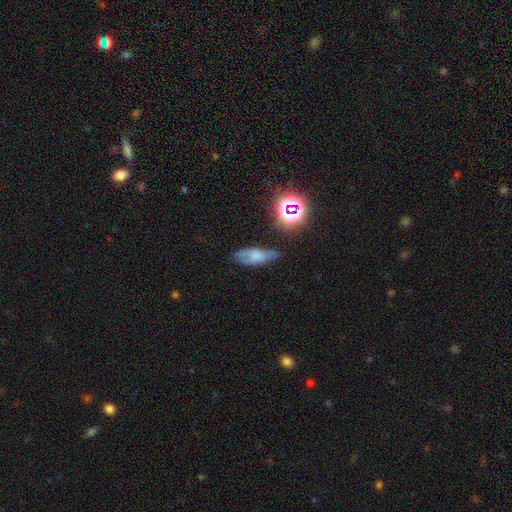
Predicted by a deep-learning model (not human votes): smooth-or-featured: smooth: 52% | featured or disk: 32% | star or artifact: 16%
  how-rounded: in between: 73% | cigar-shaped: 21% | round: 6%
  merging: none: 63% | minor disturbance: 26% | major disturbance: 9% | merger: 3%